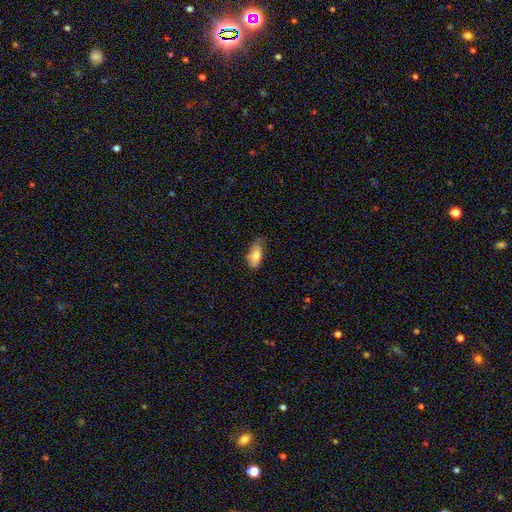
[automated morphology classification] Smooth or featured? Predicted: smooth (p=0.76). How rounded? Predicted: in between (p=0.85). Merging? Predicted: none (p=0.64).